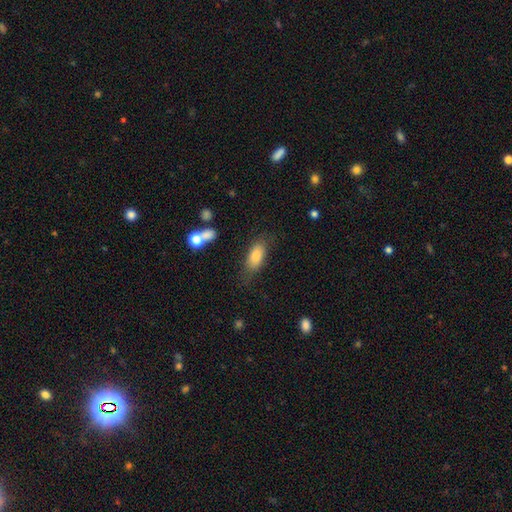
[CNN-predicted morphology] Smooth or featured? smooth (81%)
How rounded? in between (83%)
Merging? none (70%)